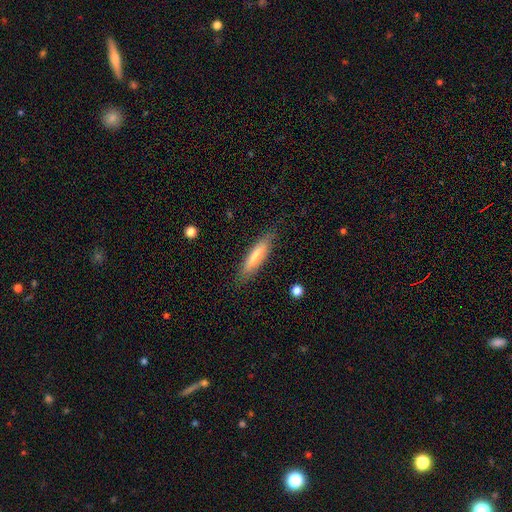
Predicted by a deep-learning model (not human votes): Smooth or featured? Predicted: smooth (p=0.72). How rounded? Predicted: cigar-shaped (p=0.80). Merging? Predicted: none (p=0.85).